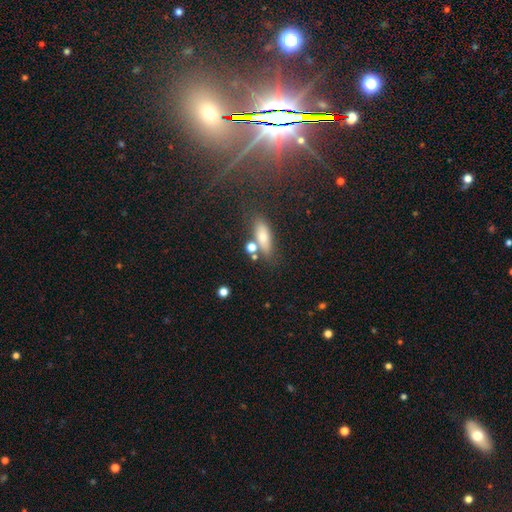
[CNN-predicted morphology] smooth_or_featured: smooth (p=0.49) [alt: featured or disk p=0.28]
merging: none (p=0.70) [alt: minor disturbance p=0.14]